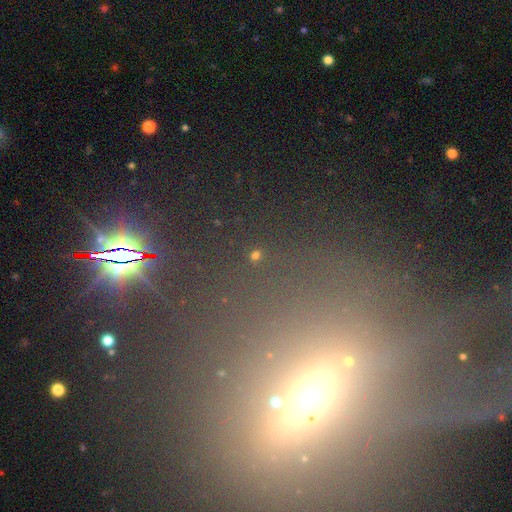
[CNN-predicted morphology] smooth_or_featured: star or artifact (p=0.62) [alt: smooth p=0.23]